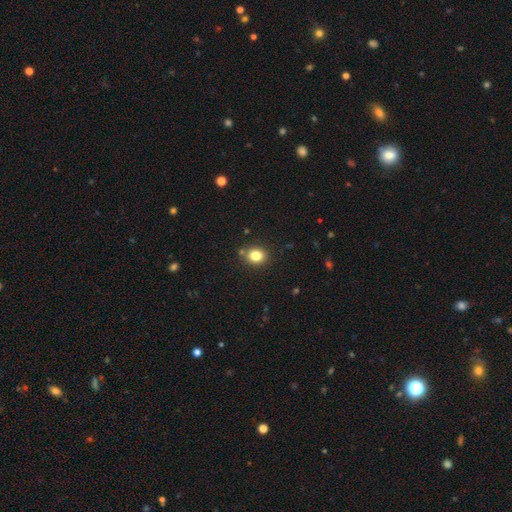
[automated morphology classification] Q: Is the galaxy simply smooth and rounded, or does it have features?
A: smooth — 82%.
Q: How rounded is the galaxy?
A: round — 66%.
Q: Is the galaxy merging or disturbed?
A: none — 84%.